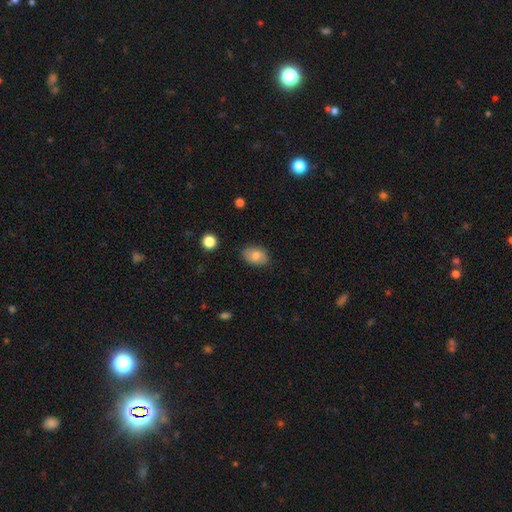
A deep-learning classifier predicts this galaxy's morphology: smooth_or_featured: smooth (p=0.81) [alt: featured or disk p=0.11]
how_rounded: in between (p=0.83) [alt: round p=0.16]
merging: none (p=0.82) [alt: minor disturbance p=0.14]